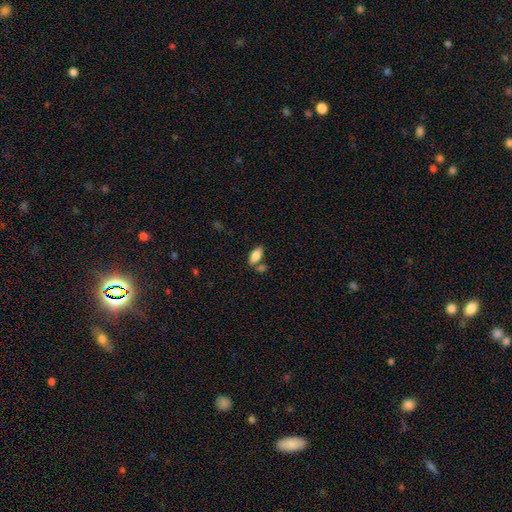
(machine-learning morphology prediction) A smooth galaxy with no disk features (83%) that is in between round and cigar-shaped (86%). Merging: none (65%).